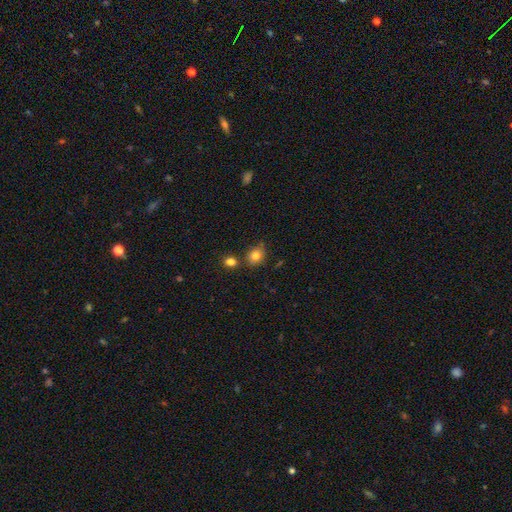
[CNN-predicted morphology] smooth_or_featured: smooth (p=0.82) [alt: star or artifact p=0.11]
how_rounded: round (p=0.61) [alt: in between p=0.38]
merging: none (p=0.72) [alt: minor disturbance p=0.14]